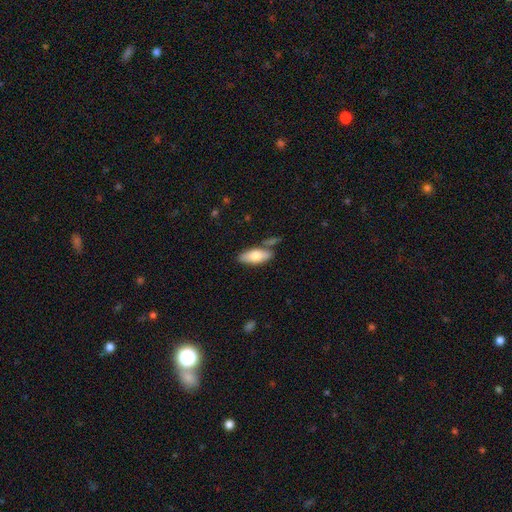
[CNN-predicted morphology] This is likely a smooth galaxy (74%). How rounded: likely in between (79%). Merging: likely none (71%).